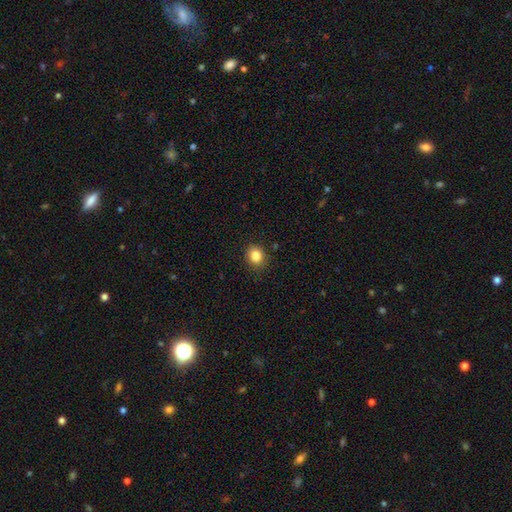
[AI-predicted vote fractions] Smooth or featured: smooth — 85% (star or artifact — 11%)
How rounded: round — 73% (in between — 26%)
Merging: none — 87% (minor disturbance — 9%)